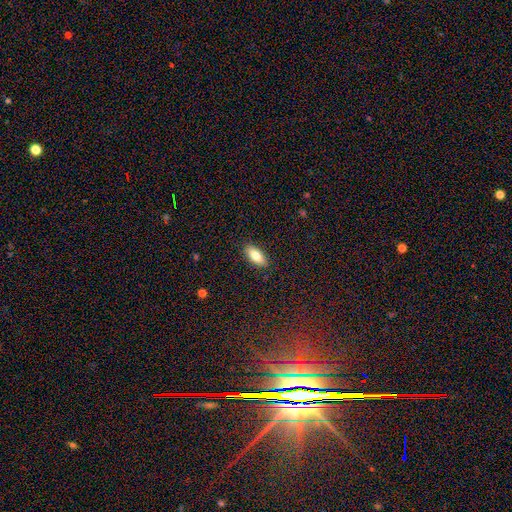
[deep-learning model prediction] Smooth or featured? Predicted: smooth (p=0.80). How rounded? Predicted: in between (p=0.85). Merging? Predicted: none (p=0.89).